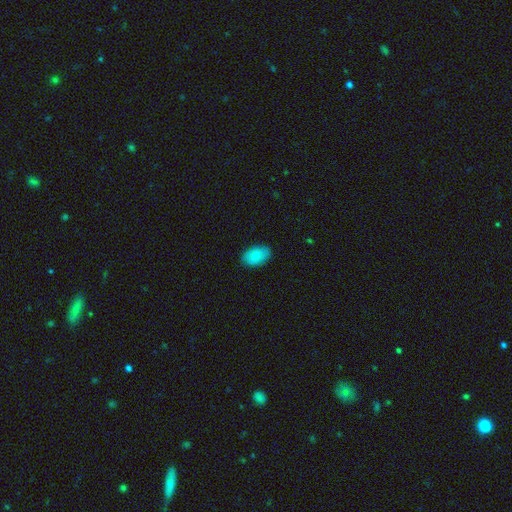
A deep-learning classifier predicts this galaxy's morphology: Smooth or featured?
  - smooth: 85% *
  - featured or disk: 8%
  - star or artifact: 7%
How rounded?
  - in between: 91% *
  - round: 8%
  - cigar-shaped: 1%
Merging?
  - none: 86% *
  - minor disturbance: 11%
  - major disturbance: 2%
  - merger: 1%